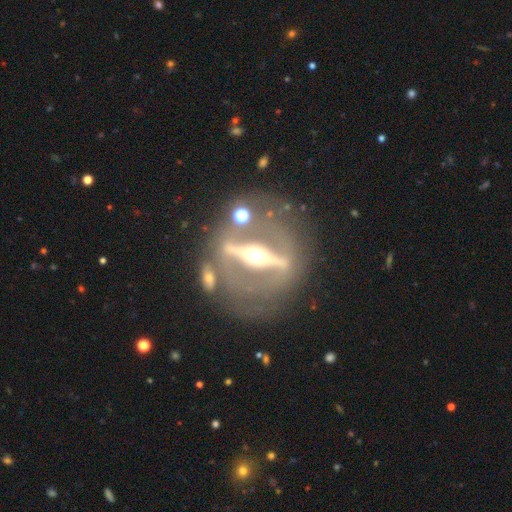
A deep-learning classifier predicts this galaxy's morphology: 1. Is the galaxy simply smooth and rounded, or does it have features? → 85% featured or disk, 9% smooth, 6% star or artifact.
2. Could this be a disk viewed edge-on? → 52% no, 48% yes.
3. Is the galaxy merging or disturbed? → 67% none, 13% minor disturbance, 12% major disturbance, 9% merger.